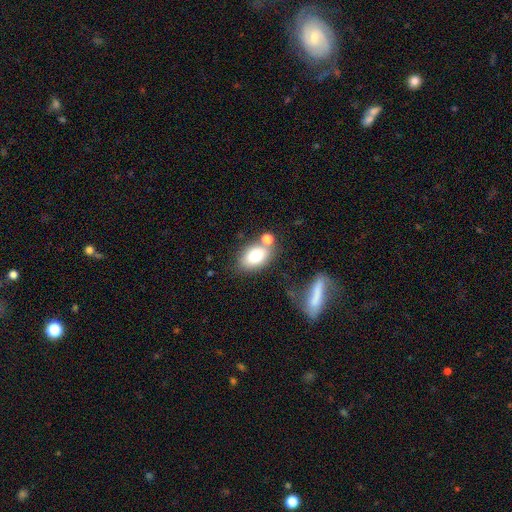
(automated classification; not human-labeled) Smooth or featured?
  - smooth: 79% *
  - featured or disk: 13%
  - star or artifact: 8%
How rounded?
  - in between: 87% *
  - round: 12%
  - cigar-shaped: 2%
Merging?
  - none: 60% *
  - merger: 19%
  - minor disturbance: 15%
  - major disturbance: 6%